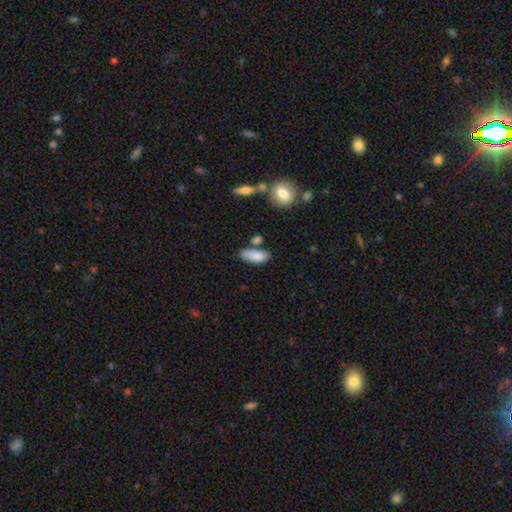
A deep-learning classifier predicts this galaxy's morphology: Smooth or featured: smooth — 85% (featured or disk — 8%)
How rounded: in between — 78% (cigar-shaped — 20%)
Merging: none — 58% (minor disturbance — 20%)